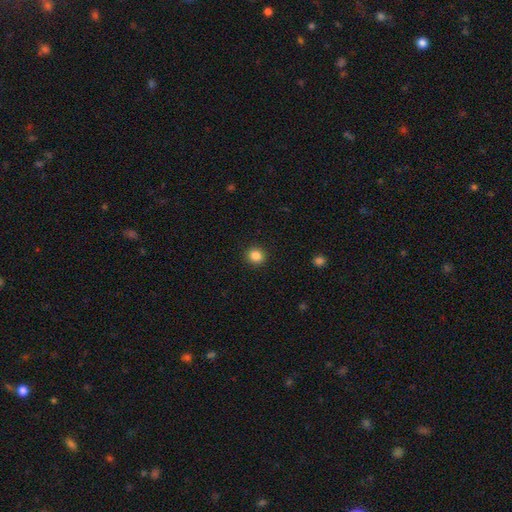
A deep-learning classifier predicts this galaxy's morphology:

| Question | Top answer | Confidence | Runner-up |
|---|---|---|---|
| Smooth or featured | smooth | 85% | star or artifact (11%) |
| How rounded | round | 84% | in between (15%) |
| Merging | none | 91% | minor disturbance (6%) |